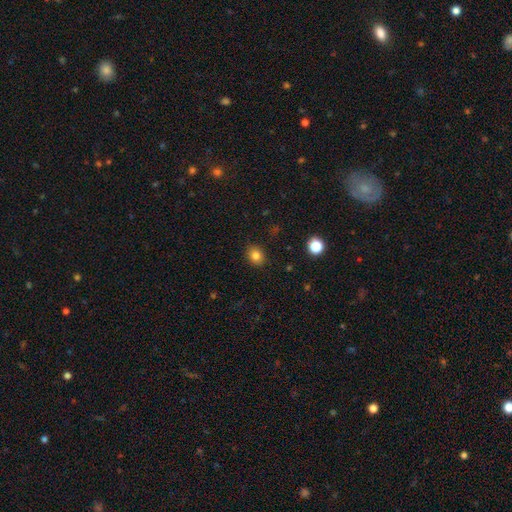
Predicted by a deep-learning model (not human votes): A smooth galaxy with no disk features (81%) that is round (57%).

Vote fractions:
- Smooth or featured? smooth: 81% / star or artifact: 12% / featured or disk: 7%
- How rounded? round: 57% / in between: 42% / cigar-shaped: 1%
- Merging? none: 88% / minor disturbance: 8% / major disturbance: 2% / merger: 1%